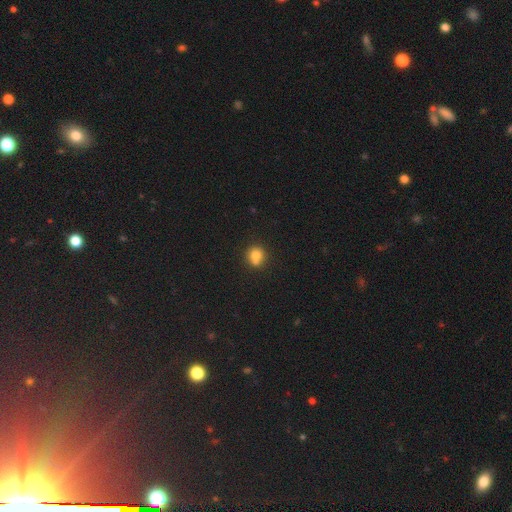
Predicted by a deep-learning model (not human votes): Smooth or featured? Predicted: smooth (p=0.77). How rounded? Predicted: round (p=0.81). Merging? Predicted: none (p=0.49).